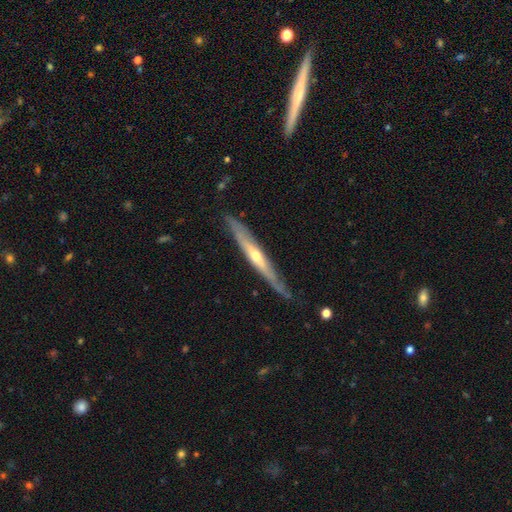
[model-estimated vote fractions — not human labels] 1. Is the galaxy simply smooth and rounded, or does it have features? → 73% featured or disk, 22% smooth, 5% star or artifact.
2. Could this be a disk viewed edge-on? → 91% yes, 9% no.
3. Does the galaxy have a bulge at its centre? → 73% rounded, 24% none, 3% boxy.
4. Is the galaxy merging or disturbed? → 78% none, 17% minor disturbance, 3% major disturbance, 1% merger.